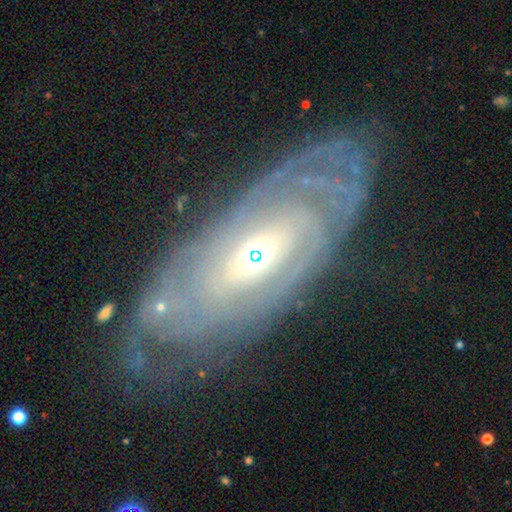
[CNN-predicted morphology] Smooth or featured: featured or disk — 82% (smooth — 11%)
Edge-on disk: no — 90% (yes — 10%)
Bar: no — 63% (weak — 26%)
Spiral arms: yes — 87% (no — 13%)
Spiral winding: tight — 70% (medium — 22%)
Spiral arm count: can't tell — 44% (2 — 26%)
Bulge size: moderate — 45% (small — 43%)
Merging: none — 69% (minor disturbance — 18%)